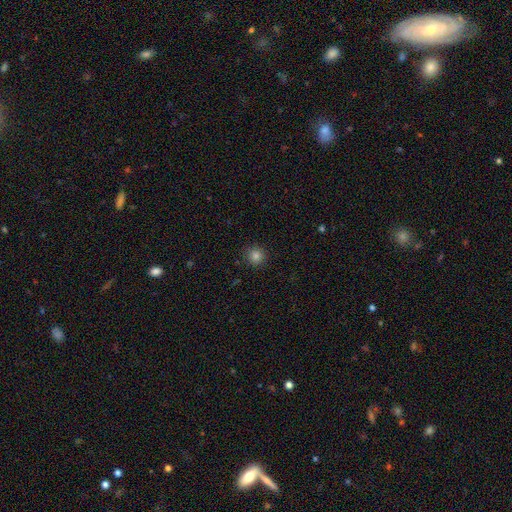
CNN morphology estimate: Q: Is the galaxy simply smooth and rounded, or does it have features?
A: smooth — 82%.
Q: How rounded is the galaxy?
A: round — 94%.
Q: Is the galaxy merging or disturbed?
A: none — 90%.